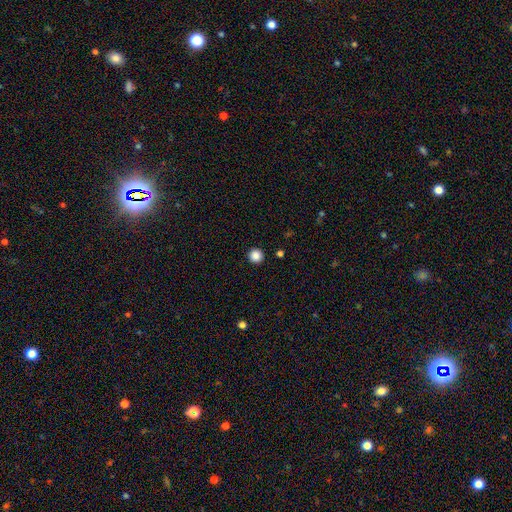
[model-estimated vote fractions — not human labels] smooth 86%, star or artifact 11%, featured or disk 3%. Down the decision tree: how rounded — round (96%); merging — none (93%).